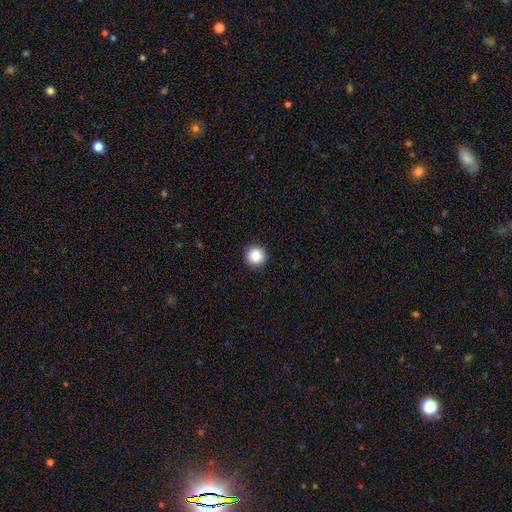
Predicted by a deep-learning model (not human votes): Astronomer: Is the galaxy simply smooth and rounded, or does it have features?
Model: smooth — 87%.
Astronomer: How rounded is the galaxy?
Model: round — 96%.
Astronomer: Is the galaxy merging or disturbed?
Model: none — 93%.